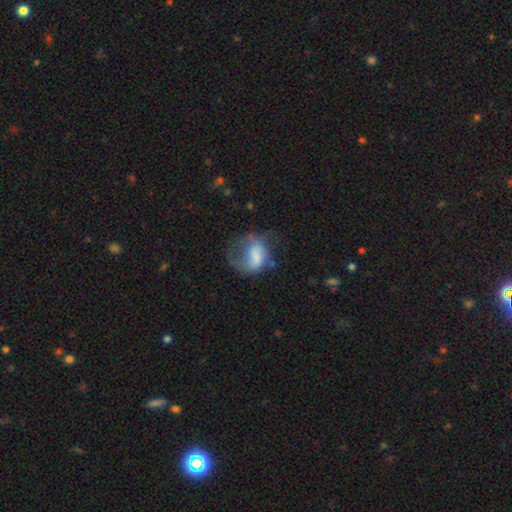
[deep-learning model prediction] Smooth or featured: smooth — 54% (featured or disk — 37%)
How rounded: in between — 59% (round — 40%)
Merging: major disturbance — 51% (none — 24%)